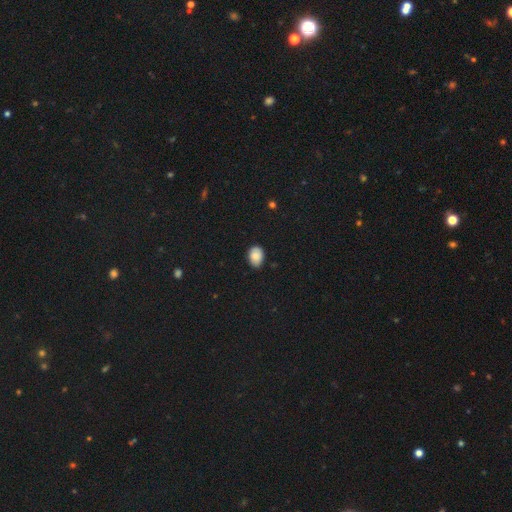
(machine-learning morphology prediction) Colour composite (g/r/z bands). It shows a smooth galaxy with no disk features (86%) that is in between round and cigar-shaped (74%). Merging: none (80%).